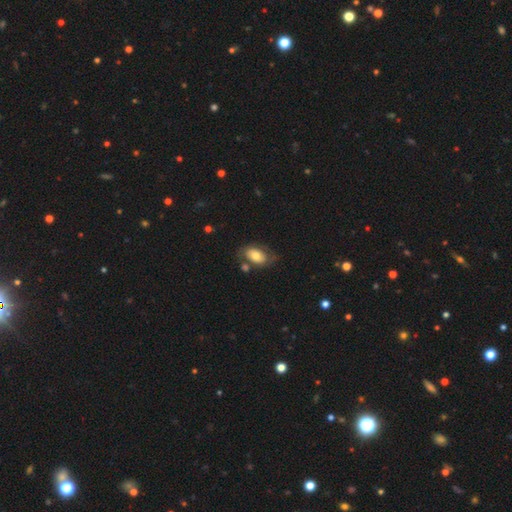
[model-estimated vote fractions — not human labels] The model was most divided on "merging": none: 56%, minor disturbance: 22%, merger: 12%, major disturbance: 11%. More confident: how rounded — in between (89%); smooth or featured — smooth (66%).